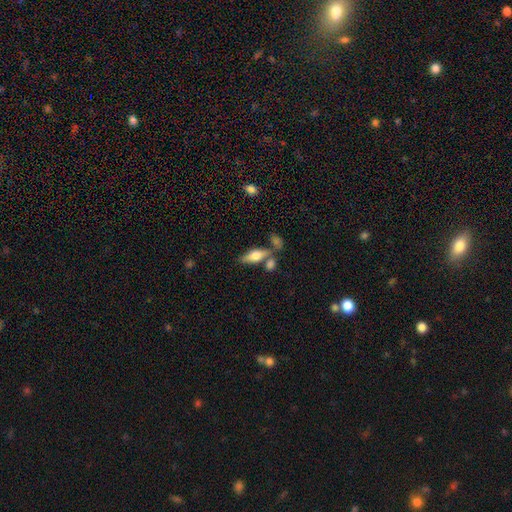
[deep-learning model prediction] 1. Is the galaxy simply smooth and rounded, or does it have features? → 59% smooth, 34% featured or disk, 7% star or artifact.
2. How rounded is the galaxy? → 61% in between, 36% cigar-shaped, 4% round.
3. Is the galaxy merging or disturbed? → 60% none, 22% merger, 13% minor disturbance, 5% major disturbance.